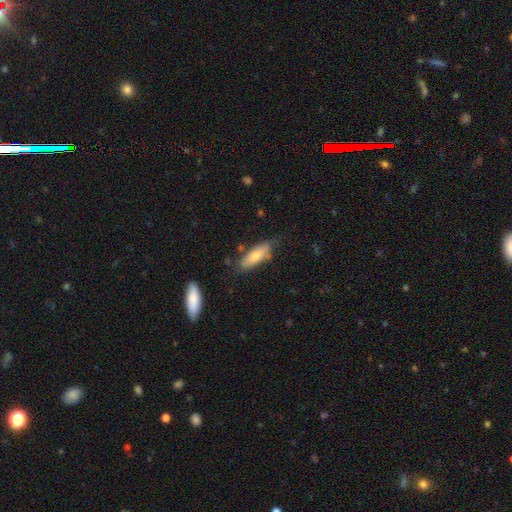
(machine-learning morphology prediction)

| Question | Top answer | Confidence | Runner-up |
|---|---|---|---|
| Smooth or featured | smooth | 75% | featured or disk (19%) |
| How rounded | in between | 62% | cigar-shaped (36%) |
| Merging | none | 69% | minor disturbance (22%) |